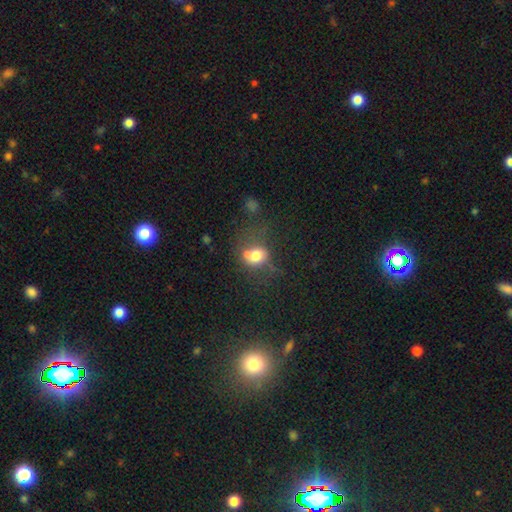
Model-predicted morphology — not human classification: A smooth galaxy with no disk features (68%) that is round (61%).

Vote fractions:
- Smooth or featured? smooth: 68% / featured or disk: 18% / star or artifact: 14%
- How rounded? round: 61% / in between: 38% / cigar-shaped: 1%
- Merging? merger: 37% / none: 35% / minor disturbance: 16% / major disturbance: 12%